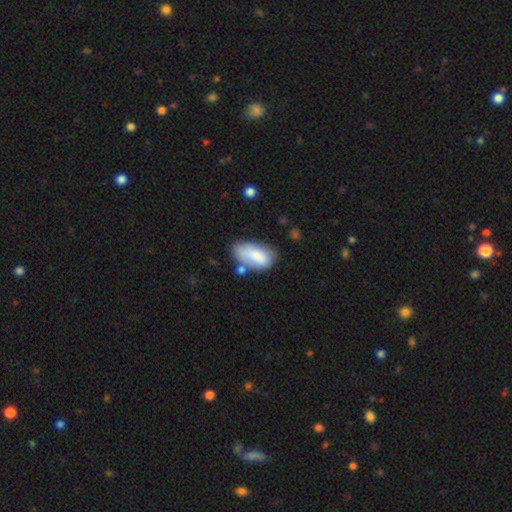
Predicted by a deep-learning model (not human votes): smooth-or-featured: smooth: 73% | featured or disk: 20% | star or artifact: 7%
  how-rounded: in between: 93% | round: 4% | cigar-shaped: 3%
  merging: none: 48% | minor disturbance: 28% | merger: 15% | major disturbance: 10%